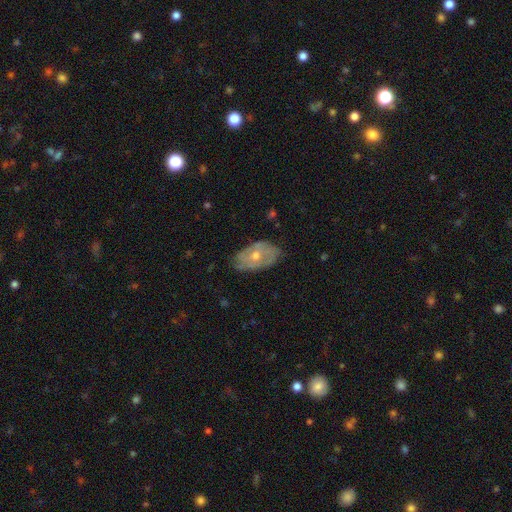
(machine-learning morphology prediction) Smooth or featured? featured or disk (60%)
Edge-on disk? no (91%)
Bar? no (84%)
Spiral arms? yes (53%)
Bulge size? moderate (67%)
Merging? none (71%)